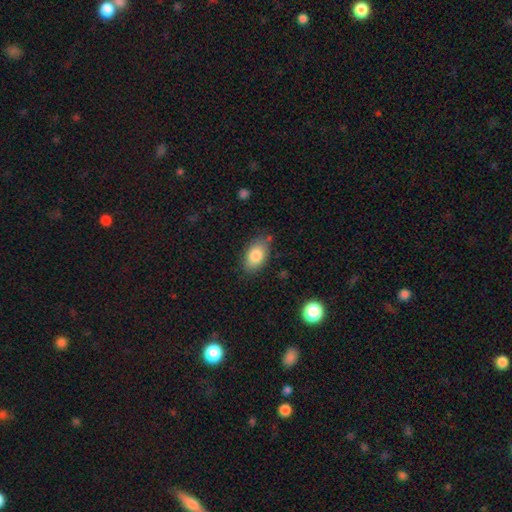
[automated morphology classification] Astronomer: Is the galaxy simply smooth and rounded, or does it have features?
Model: smooth — 83%.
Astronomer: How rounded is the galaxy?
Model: in between — 91%.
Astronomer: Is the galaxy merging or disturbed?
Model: none — 77%.